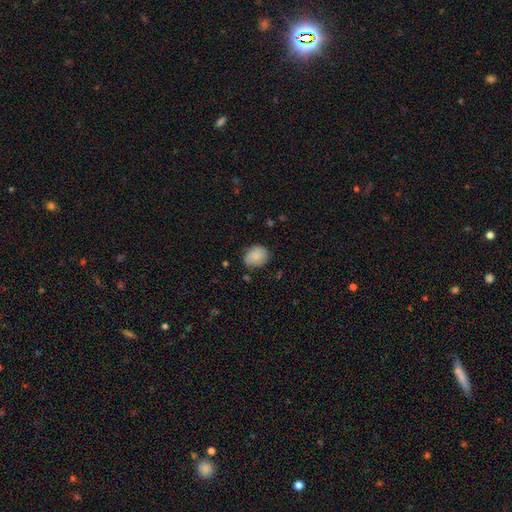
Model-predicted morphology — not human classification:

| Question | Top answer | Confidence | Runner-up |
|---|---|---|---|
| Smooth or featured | smooth | 84% | featured or disk (9%) |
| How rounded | round | 57% | in between (42%) |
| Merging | none | 71% | minor disturbance (23%) |